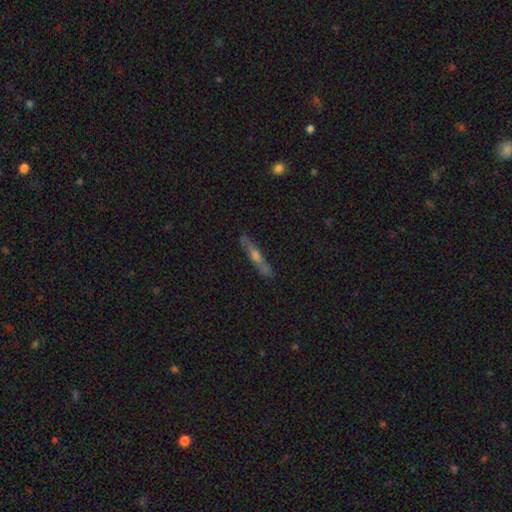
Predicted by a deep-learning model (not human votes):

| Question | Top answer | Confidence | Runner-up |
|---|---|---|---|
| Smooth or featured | featured or disk | 58% | smooth (34%) |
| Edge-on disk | yes | 89% | no (11%) |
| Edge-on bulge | rounded | 71% | none (20%) |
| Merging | none | 83% | minor disturbance (12%) |